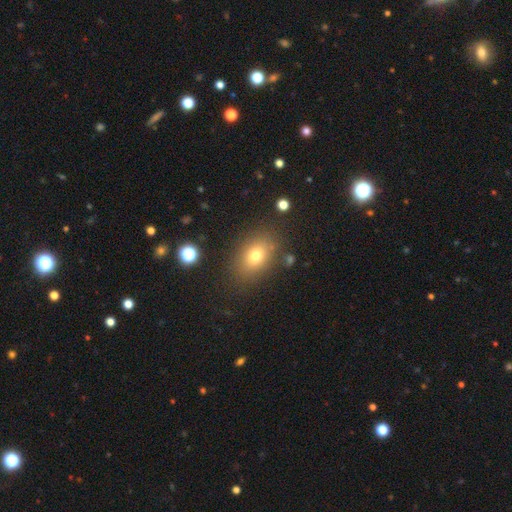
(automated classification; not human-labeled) Smooth or featured: smooth — 74% (star or artifact — 13%)
How rounded: in between — 74% (round — 24%)
Merging: none — 82% (minor disturbance — 11%)